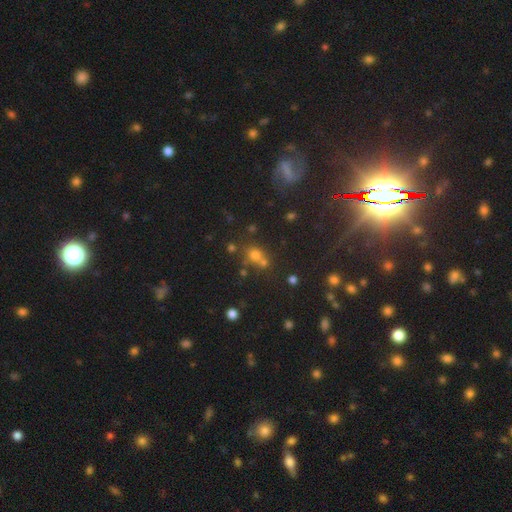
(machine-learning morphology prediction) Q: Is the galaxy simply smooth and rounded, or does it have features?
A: smooth — 44%.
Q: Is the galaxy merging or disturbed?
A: none — 54%.